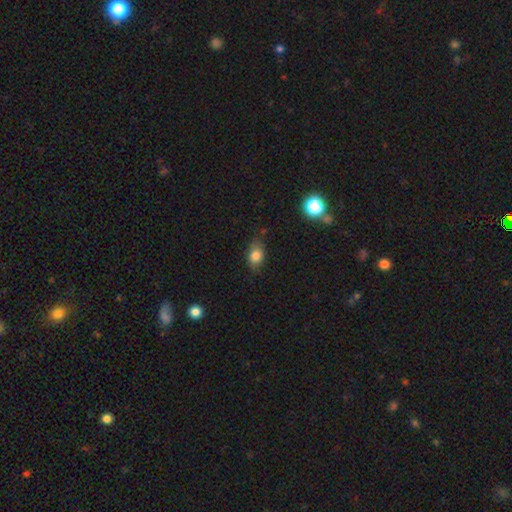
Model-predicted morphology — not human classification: Smooth or featured? smooth (81%)
How rounded? in between (80%)
Merging? none (72%)